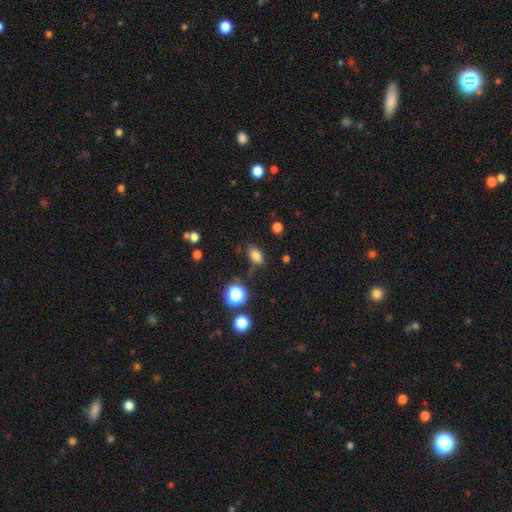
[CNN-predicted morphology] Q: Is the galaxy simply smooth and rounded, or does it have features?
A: smooth — 80%.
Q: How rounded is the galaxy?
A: in between — 81%.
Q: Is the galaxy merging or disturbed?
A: none — 77%.